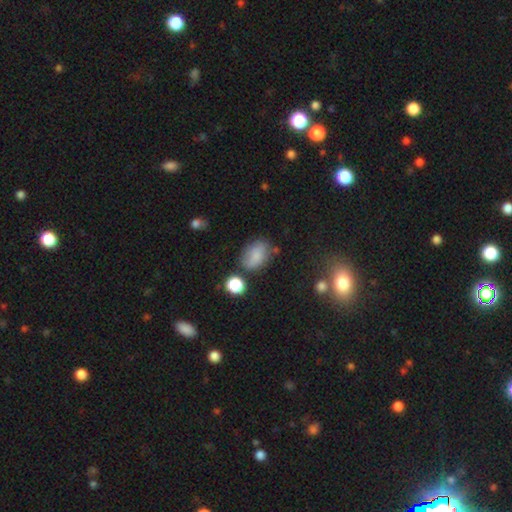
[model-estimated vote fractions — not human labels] smooth-or-featured: smooth: 78% | featured or disk: 11% | star or artifact: 11%
  how-rounded: in between: 80% | round: 19% | cigar-shaped: 2%
  merging: none: 62% | minor disturbance: 23% | major disturbance: 7% | merger: 7%